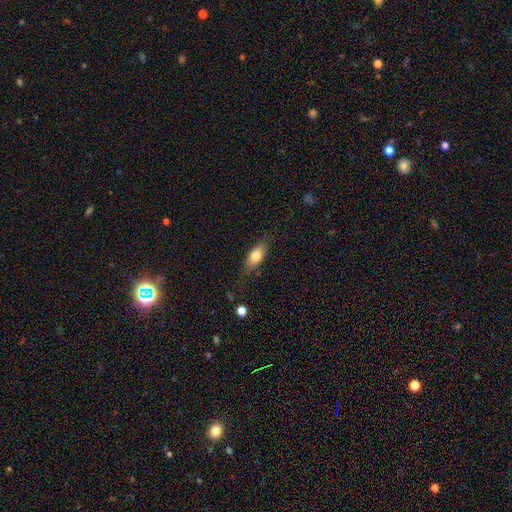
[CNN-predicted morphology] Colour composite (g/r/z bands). It shows a smooth galaxy with no disk features (74%) that is in between round and cigar-shaped (77%). Merging: none (74%).